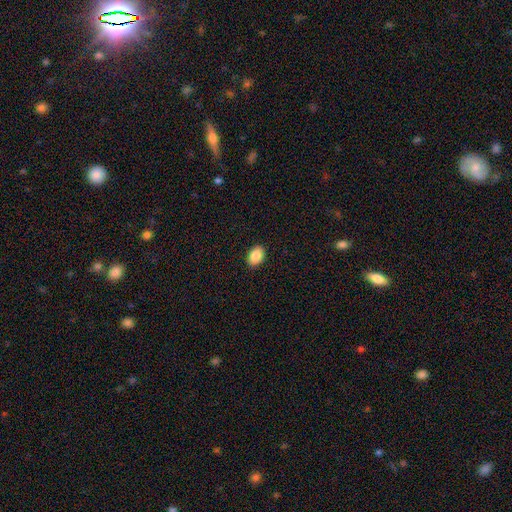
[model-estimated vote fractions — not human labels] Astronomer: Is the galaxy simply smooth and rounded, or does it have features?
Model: smooth — 87%.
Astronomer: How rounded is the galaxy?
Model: in between — 82%.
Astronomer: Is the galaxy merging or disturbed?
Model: none — 90%.